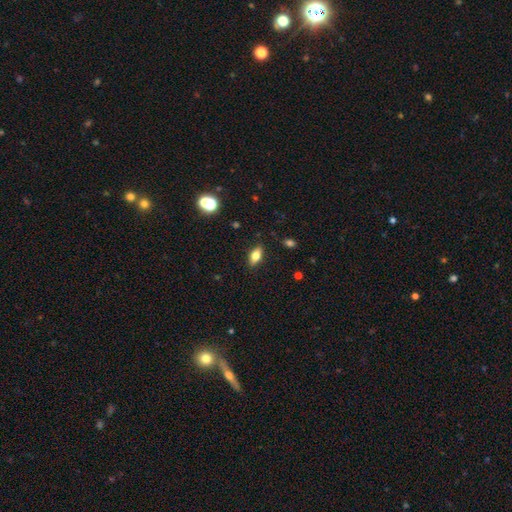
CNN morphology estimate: Q: Smooth or featured?
A: smooth (74%); runner-up: featured or disk (17%)
Q: How rounded?
A: in between (85%); runner-up: cigar-shaped (10%)
Q: Merging?
A: none (87%); runner-up: minor disturbance (9%)